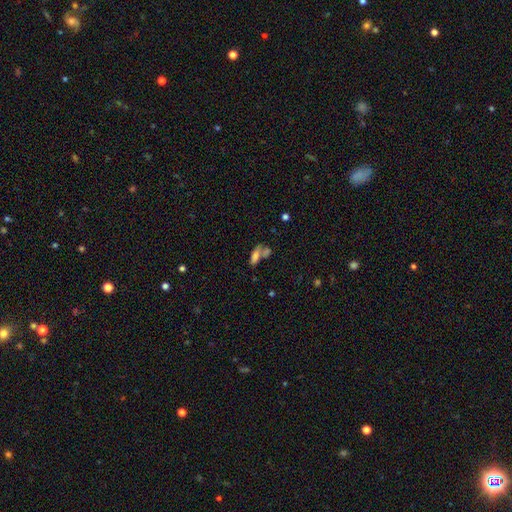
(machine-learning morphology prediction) The model was most divided on "merging": merger: 50%, none: 30%, minor disturbance: 12%, major disturbance: 9%. More confident: how rounded — in between (75%); smooth or featured — smooth (70%).